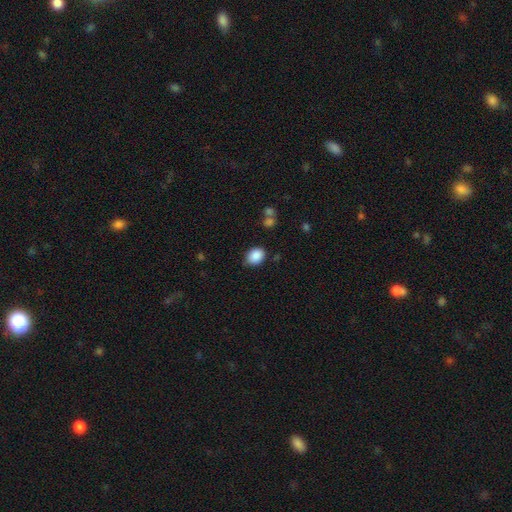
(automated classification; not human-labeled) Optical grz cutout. It shows a smooth galaxy with no disk features (88%) that is in between round and cigar-shaped (55%). Merging: none (78%).